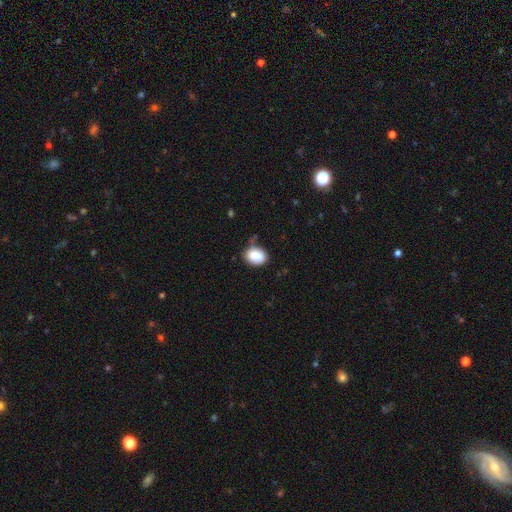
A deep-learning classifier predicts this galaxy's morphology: Smooth or featured: smooth — 86% (star or artifact — 8%)
How rounded: in between — 63% (round — 36%)
Merging: none — 63% (minor disturbance — 25%)